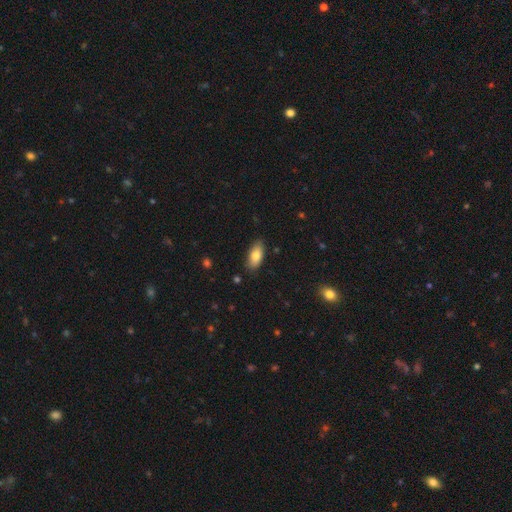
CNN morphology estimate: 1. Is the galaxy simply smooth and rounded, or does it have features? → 81% smooth, 12% featured or disk, 7% star or artifact.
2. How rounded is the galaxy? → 88% in between, 9% cigar-shaped, 2% round.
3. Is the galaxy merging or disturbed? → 85% none, 12% minor disturbance, 2% major disturbance, 1% merger.